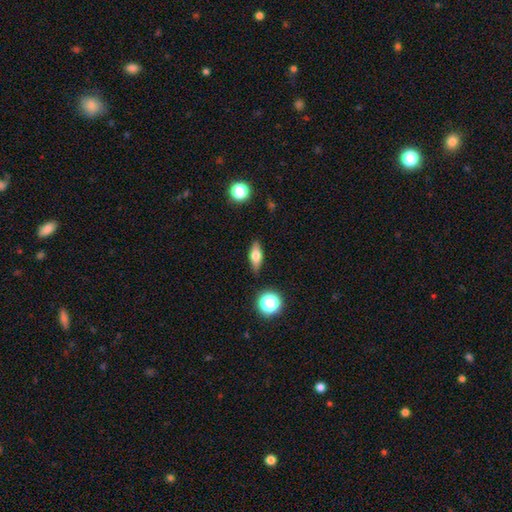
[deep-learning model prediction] Overall: smooth (62%; featured or disk 28%). How rounded: in between (66%). Merging: none (86%).